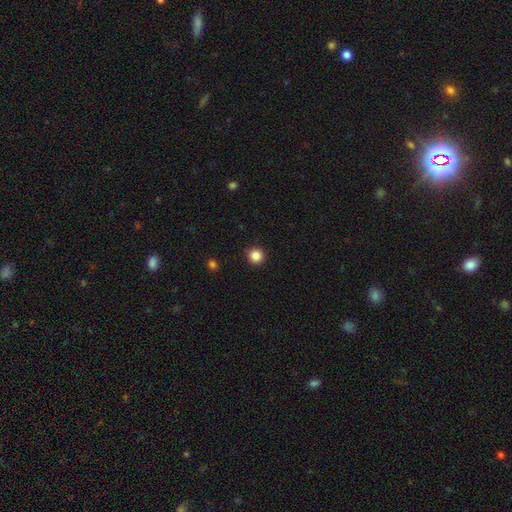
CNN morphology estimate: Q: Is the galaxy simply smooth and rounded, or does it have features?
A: smooth — 86%.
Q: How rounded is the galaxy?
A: round — 95%.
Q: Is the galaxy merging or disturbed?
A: none — 92%.